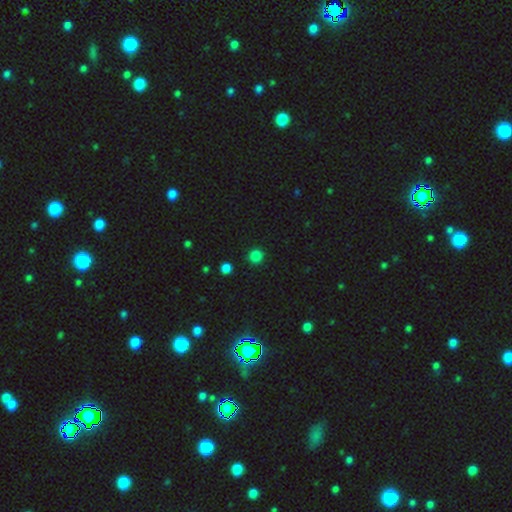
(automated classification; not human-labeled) smooth_or_featured: smooth (p=0.83) [alt: star or artifact p=0.14]
how_rounded: round (p=0.93) [alt: in between p=0.06]
merging: none (p=0.91) [alt: minor disturbance p=0.06]